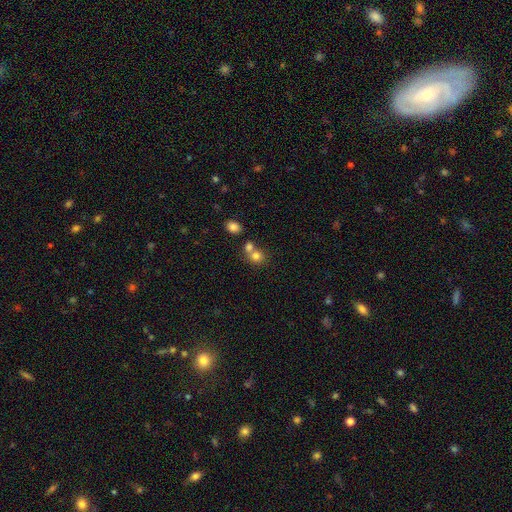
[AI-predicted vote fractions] A smooth galaxy with no disk features (78%) that is round (78%).

Vote fractions:
- Smooth or featured? smooth: 78% / star or artifact: 13% / featured or disk: 10%
- How rounded? round: 78% / in between: 21% / cigar-shaped: 1%
- Merging? merger: 47% / none: 44% / minor disturbance: 7% / major disturbance: 3%